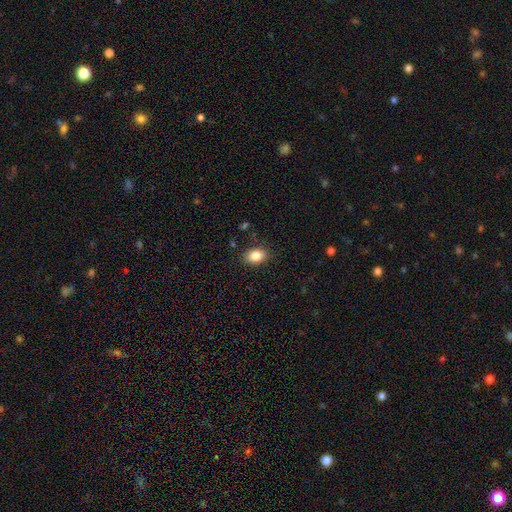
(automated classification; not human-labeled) Smooth or featured?
  - smooth: 86% *
  - star or artifact: 9%
  - featured or disk: 6%
How rounded?
  - in between: 77% *
  - round: 21%
  - cigar-shaped: 1%
Merging?
  - none: 87% *
  - minor disturbance: 9%
  - major disturbance: 3%
  - merger: 1%